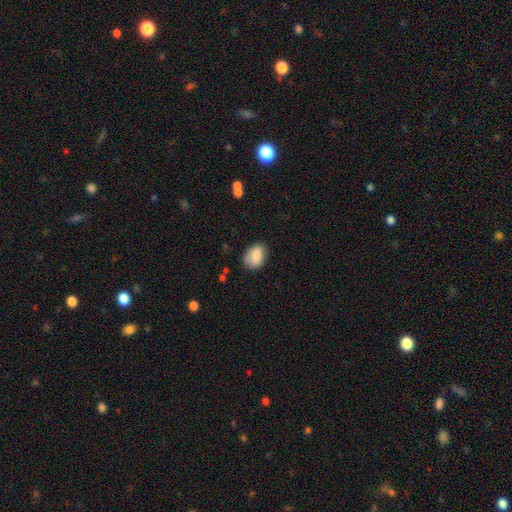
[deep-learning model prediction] Morphology: type=smooth (85%); roundness=in between (83%); merging=none (73%).